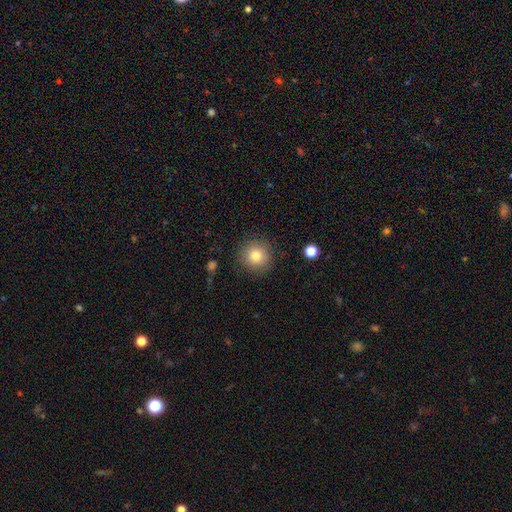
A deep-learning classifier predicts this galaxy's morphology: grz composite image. It shows a smooth galaxy with no disk features (81%) that is round (94%). Merging: none (88%).